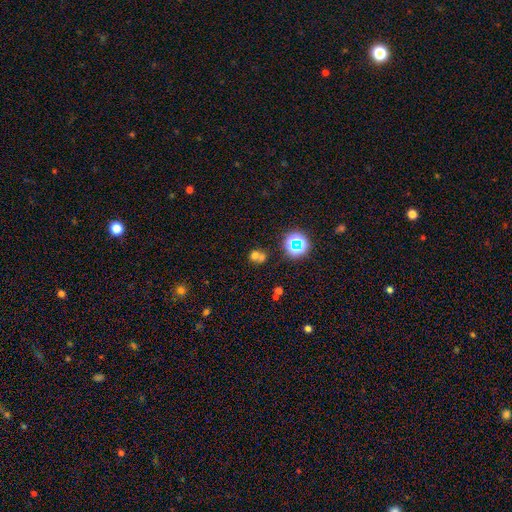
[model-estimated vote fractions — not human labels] Overall: smooth (60%; star or artifact 25%). How rounded: round (80%). Merging: merger (49%; none 41%).